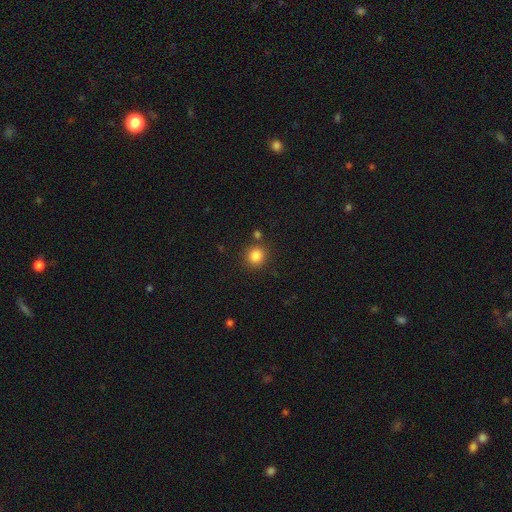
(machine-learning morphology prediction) Smooth or featured? Predicted: smooth (p=0.85). How rounded? Predicted: round (p=0.90). Merging? Predicted: none (p=0.84).